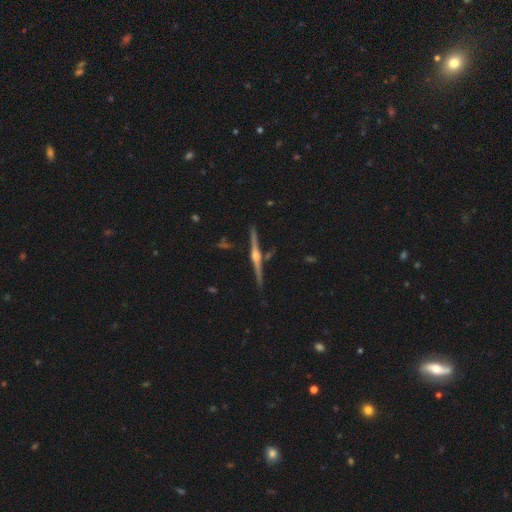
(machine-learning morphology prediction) type=featured or disk (88%); edge-on=yes (99%); edge-on bulge=rounded (94%); merging=none (89%).